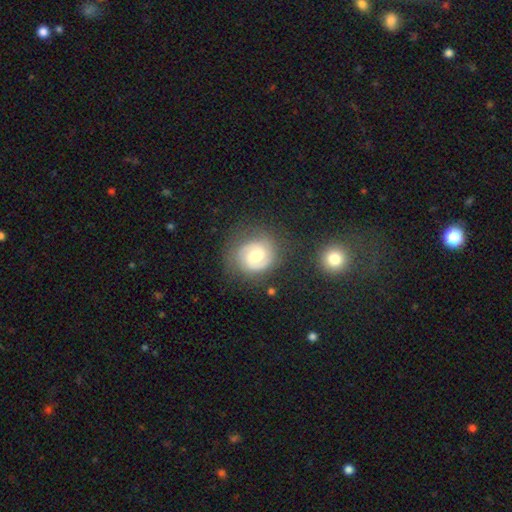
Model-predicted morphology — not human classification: Q: Smooth or featured?
A: featured or disk (71%); runner-up: smooth (22%)
Q: Edge-on disk?
A: no (98%); runner-up: yes (2%)
Q: Bar?
A: weak (51%); runner-up: no (37%)
Q: Spiral arms?
A: yes (91%); runner-up: no (9%)
Q: Spiral winding?
A: tight (49%); runner-up: medium (39%)
Q: Spiral arm count?
A: 2 (75%); runner-up: can't tell (10%)
Q: Bulge size?
A: moderate (69%); runner-up: large (15%)
Q: Merging?
A: none (72%); runner-up: minor disturbance (17%)